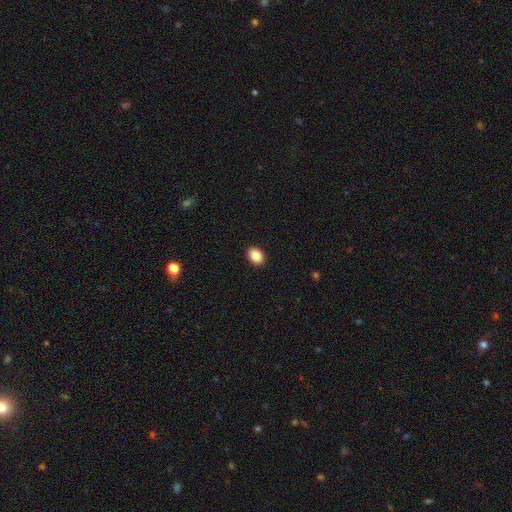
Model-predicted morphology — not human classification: Smooth or featured? Predicted: smooth (p=0.87). How rounded? Predicted: in between (p=0.71). Merging? Predicted: none (p=0.92).